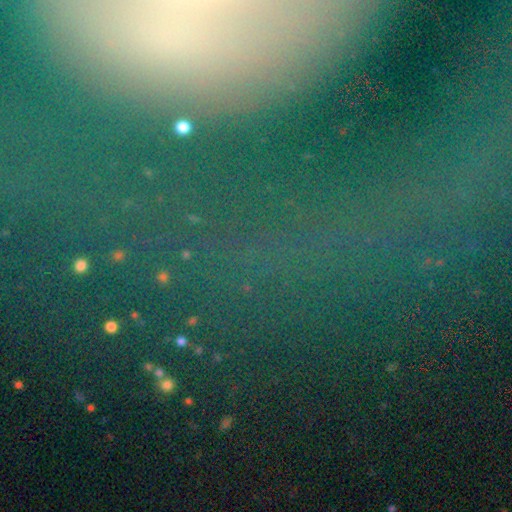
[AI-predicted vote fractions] Q: Smooth or featured?
A: star or artifact (71%); runner-up: smooth (17%)